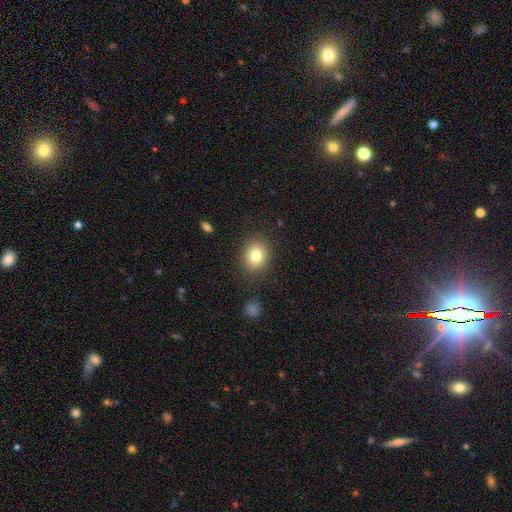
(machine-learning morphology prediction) Smooth or featured?
  - smooth: 80% *
  - star or artifact: 10%
  - featured or disk: 10%
How rounded?
  - round: 65% *
  - in between: 34%
  - cigar-shaped: 1%
Merging?
  - none: 86% *
  - minor disturbance: 9%
  - major disturbance: 3%
  - merger: 2%